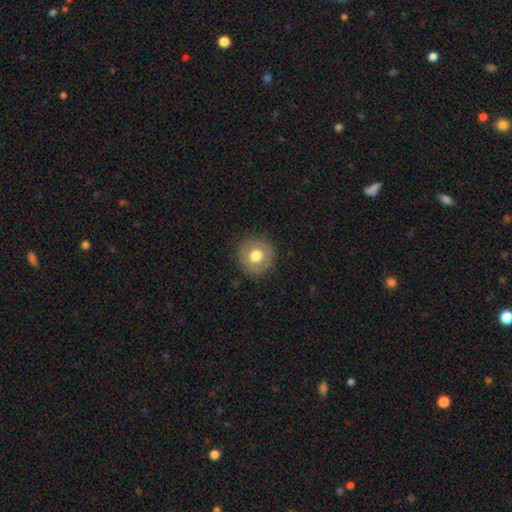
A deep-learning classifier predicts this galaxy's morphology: A smooth galaxy with no disk features (67%) that is round (94%).

Vote fractions:
- Smooth or featured? smooth: 67% / featured or disk: 24% / star or artifact: 9%
- How rounded? round: 94% / in between: 5% / cigar-shaped: 1%
- Merging? none: 89% / minor disturbance: 7% / major disturbance: 3% / merger: 1%